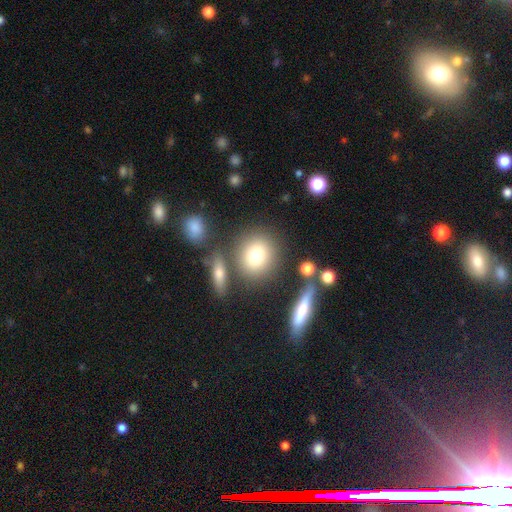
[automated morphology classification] The model was most divided on "how rounded": round: 78%, in between: 20%, cigar-shaped: 2%. More confident: smooth or featured — smooth (76%); merging — none (74%).